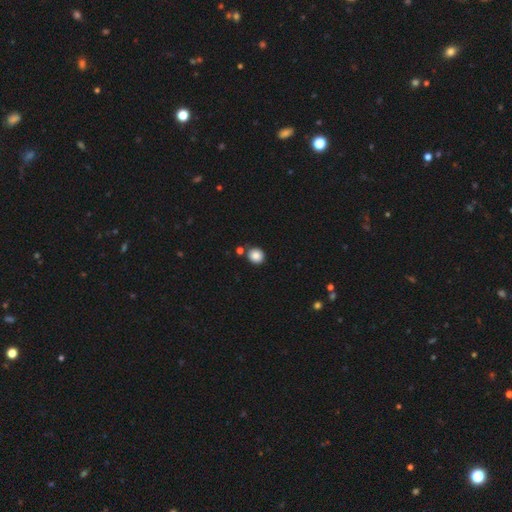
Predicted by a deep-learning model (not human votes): smooth 87%, star or artifact 9%, featured or disk 4%. Down the decision tree: how rounded — round (83%); merging — none (81%).